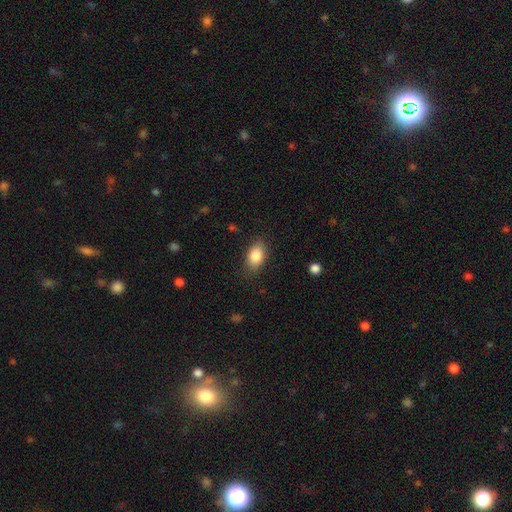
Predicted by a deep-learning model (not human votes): Smooth or featured? Predicted: smooth (p=0.85). How rounded? Predicted: in between (p=0.88). Merging? Predicted: none (p=0.82).